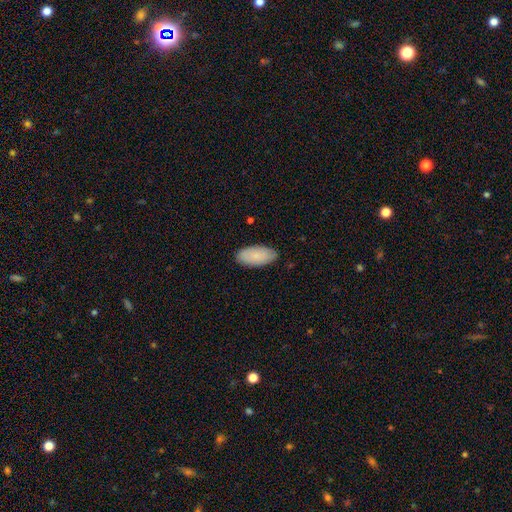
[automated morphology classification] This is clearly a smooth galaxy (84%). How rounded: clearly in between (94%). Merging: clearly none (86%).